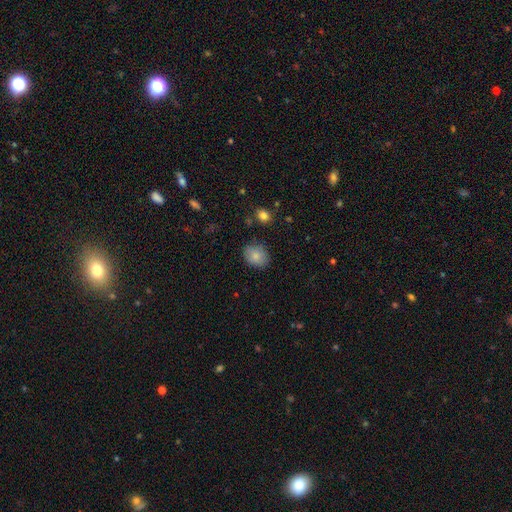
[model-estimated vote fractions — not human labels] Overall: smooth (83%). How rounded: in between (54%; round 45%). Merging: none (82%).